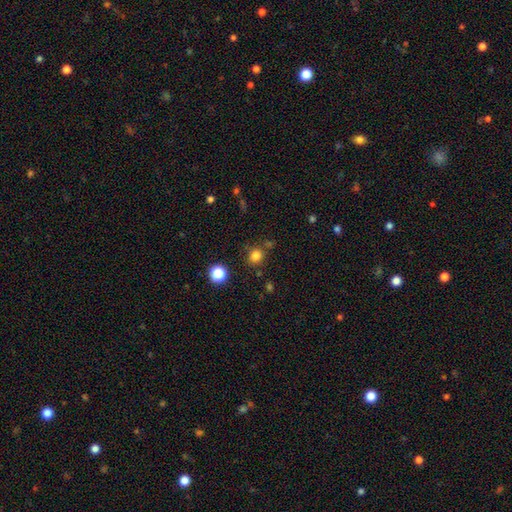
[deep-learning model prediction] This is likely a smooth galaxy (80%). How rounded: clearly round (84%). Merging: likely none (79%).